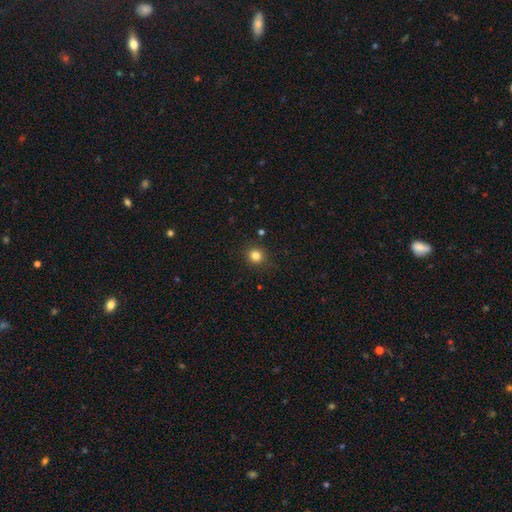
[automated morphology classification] Overall: smooth (82%). How rounded: round (92%). Merging: none (90%).